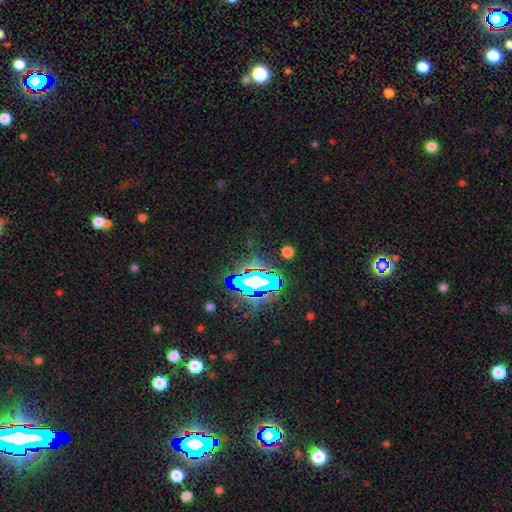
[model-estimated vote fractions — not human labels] A star or artifact, not a galaxy (71%).